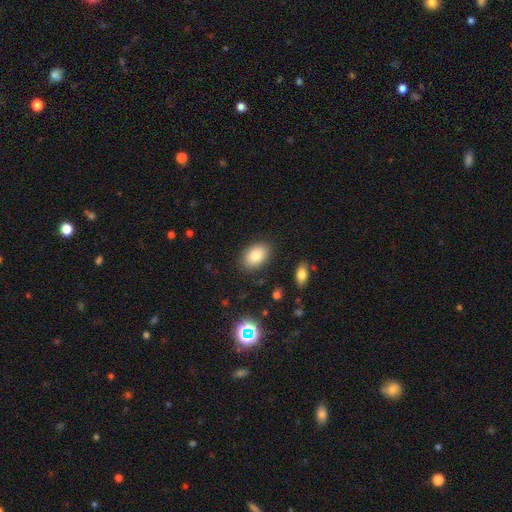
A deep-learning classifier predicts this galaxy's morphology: Q: Smooth or featured?
A: smooth (83%); runner-up: star or artifact (9%)
Q: How rounded?
A: in between (86%); runner-up: round (12%)
Q: Merging?
A: none (86%); runner-up: minor disturbance (10%)